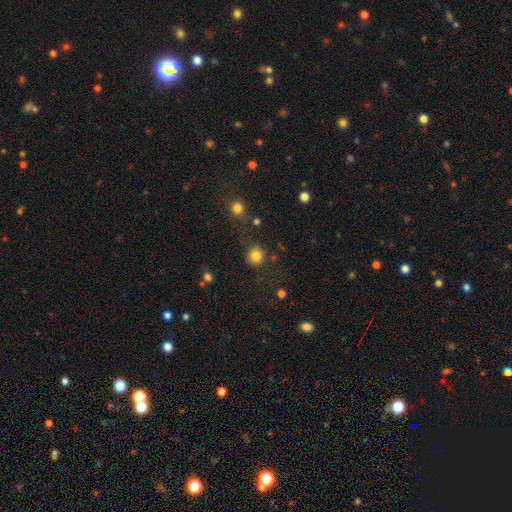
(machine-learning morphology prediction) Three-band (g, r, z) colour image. It shows a smooth galaxy with no disk features (84%) that is round (90%). Merging: none (83%).